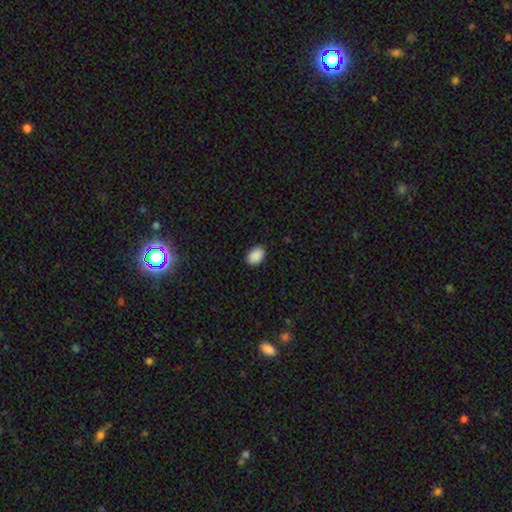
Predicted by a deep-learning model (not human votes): Q: Smooth or featured?
A: smooth (90%); runner-up: star or artifact (8%)
Q: How rounded?
A: in between (83%); runner-up: round (16%)
Q: Merging?
A: none (86%); runner-up: minor disturbance (10%)